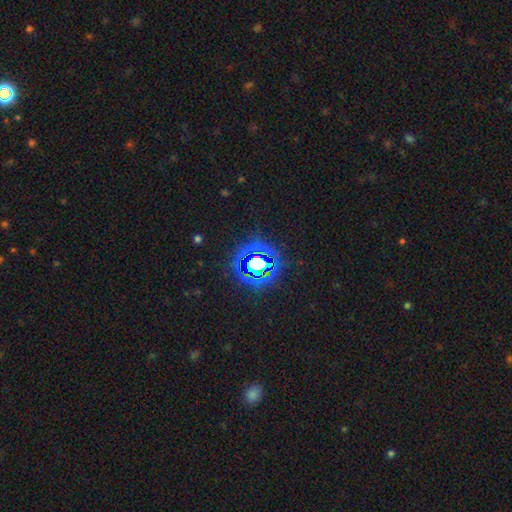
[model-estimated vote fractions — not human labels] smooth-or-featured: star or artifact: 76% | smooth: 13% | featured or disk: 10%